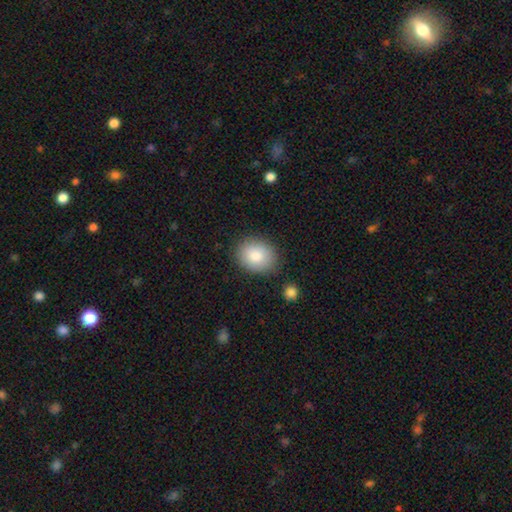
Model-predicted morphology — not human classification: The model was most divided on "how rounded": round: 51%, in between: 48%, cigar-shaped: 1%. More confident: smooth or featured — smooth (83%); merging — none (82%).